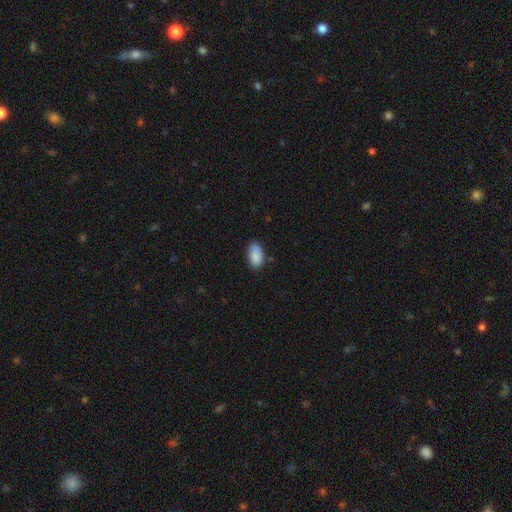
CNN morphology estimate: Smooth or featured: smooth — 89% (star or artifact — 7%)
How rounded: in between — 94% (round — 4%)
Merging: none — 81% (minor disturbance — 15%)